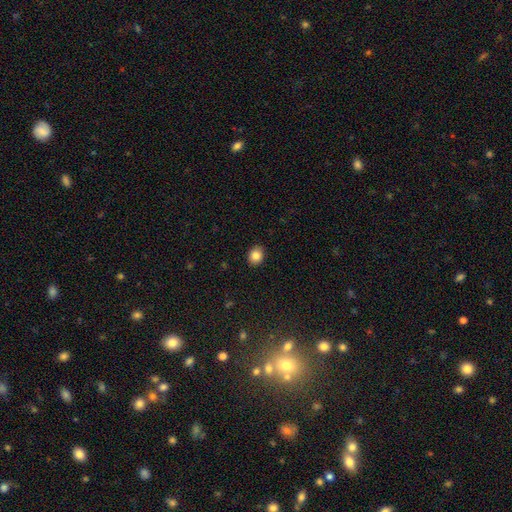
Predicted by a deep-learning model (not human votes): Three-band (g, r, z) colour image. It shows a smooth galaxy with no disk features (85%) that is round (65%). Merging: none (90%).